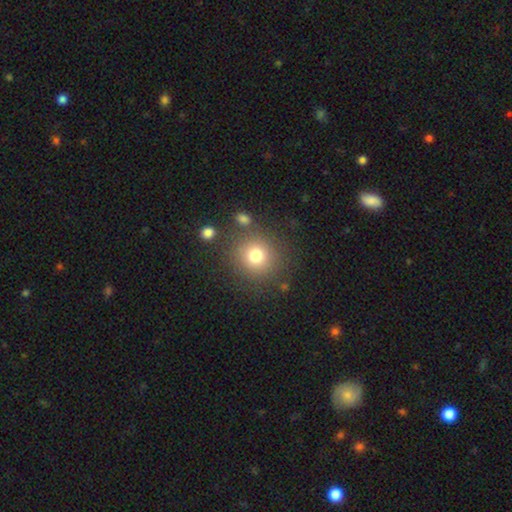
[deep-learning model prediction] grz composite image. It shows a smooth galaxy with no disk features (77%) that is round (90%). Merging: none (82%).